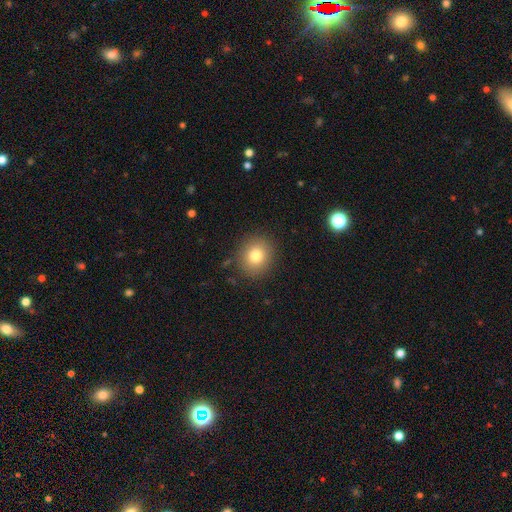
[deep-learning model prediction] smooth-or-featured: smooth: 79% | star or artifact: 11% | featured or disk: 10%
  how-rounded: round: 82% | in between: 18% | cigar-shaped: 1%
  merging: none: 88% | minor disturbance: 8% | major disturbance: 3% | merger: 1%